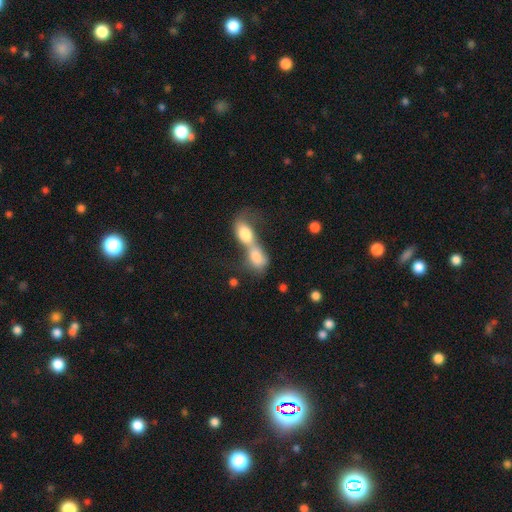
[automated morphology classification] Smooth or featured? smooth (67%)
How rounded? in between (72%)
Merging? merger (84%)